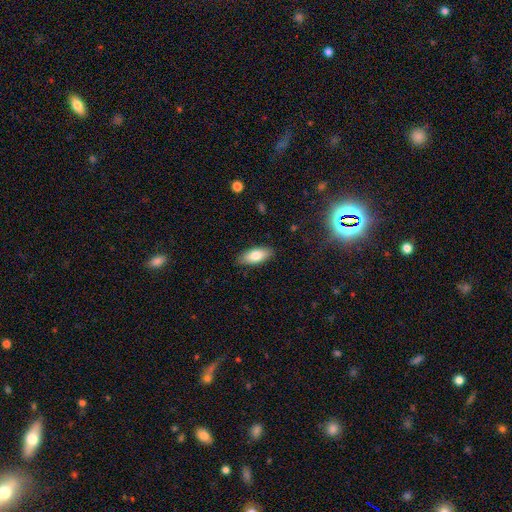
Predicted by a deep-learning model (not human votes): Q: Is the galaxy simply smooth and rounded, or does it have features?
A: smooth — 78%.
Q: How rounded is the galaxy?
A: in between — 81%.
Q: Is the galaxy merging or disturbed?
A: none — 87%.